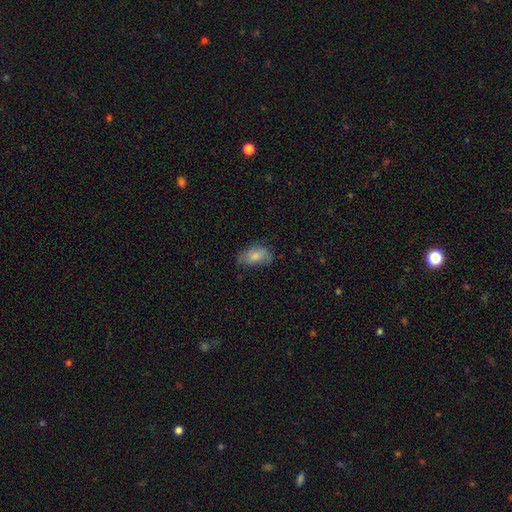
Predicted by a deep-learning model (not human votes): smooth 70%, featured or disk 23%, star or artifact 8%. Down the decision tree: how rounded — in between (91%); merging — none (59%).